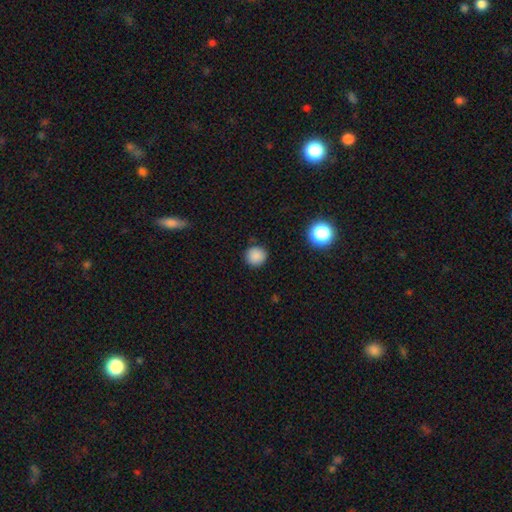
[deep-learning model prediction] smooth_or_featured: smooth (p=0.86) [alt: star or artifact p=0.11]
how_rounded: round (p=0.93) [alt: in between p=0.06]
merging: none (p=0.88) [alt: minor disturbance p=0.08]